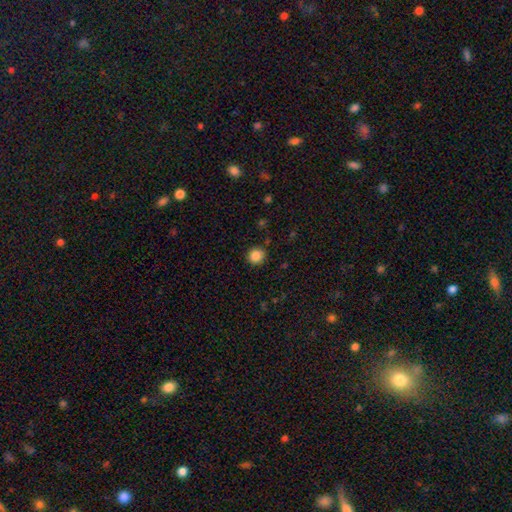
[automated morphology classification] Smooth or featured: smooth — 85% (star or artifact — 10%)
How rounded: round — 91% (in between — 8%)
Merging: none — 89% (minor disturbance — 7%)